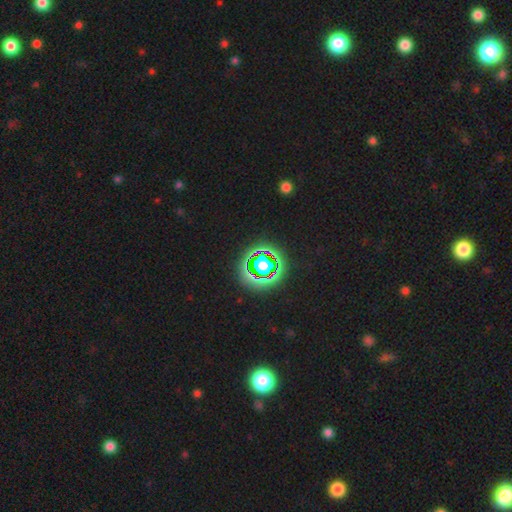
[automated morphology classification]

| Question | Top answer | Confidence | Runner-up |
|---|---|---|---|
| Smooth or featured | star or artifact | 68% | smooth (20%) |